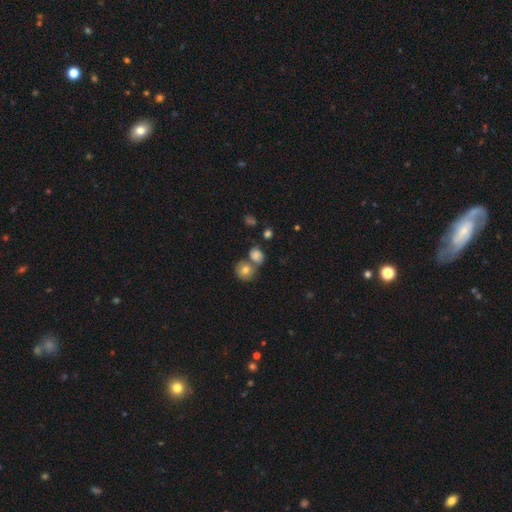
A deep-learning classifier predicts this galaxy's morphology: smooth 74%, star or artifact 14%, featured or disk 12%. Down the decision tree: how rounded — round (76%); merging — none (51%).